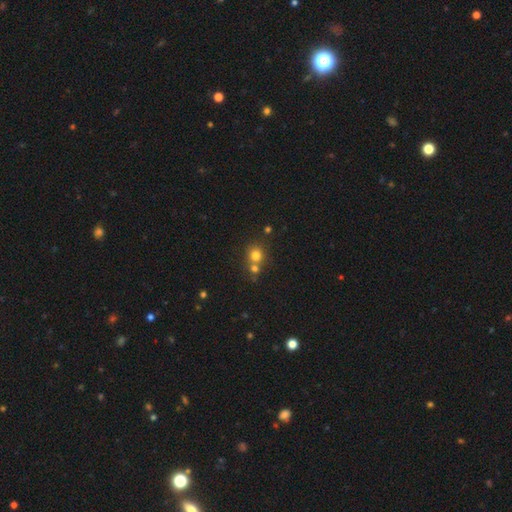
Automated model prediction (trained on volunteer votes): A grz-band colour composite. It shows a smooth galaxy with no disk features (77%) that is round (88%). Merging: none (52%).